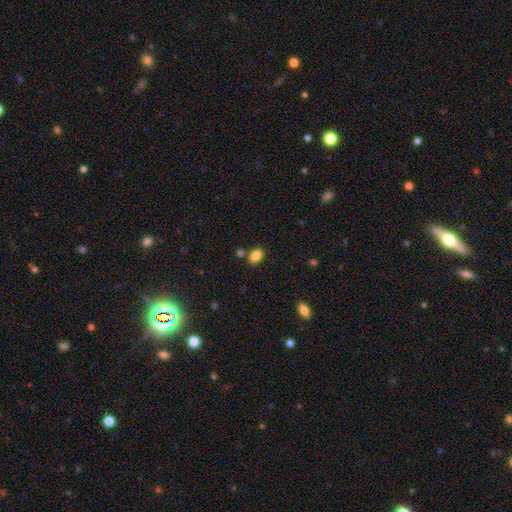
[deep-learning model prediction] A smooth galaxy with no disk features (85%) that is in between round and cigar-shaped (79%). Merging: none (74%).